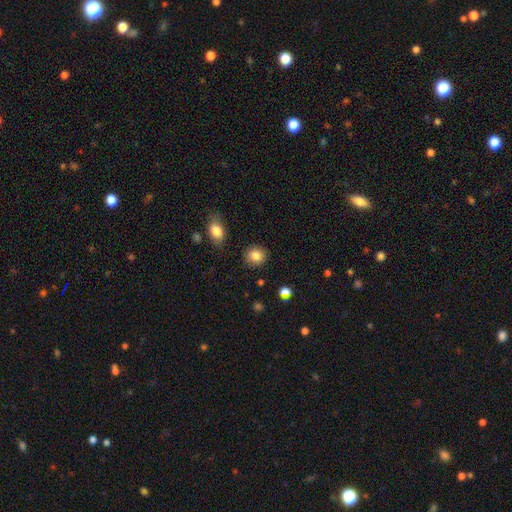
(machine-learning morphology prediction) smooth-or-featured: smooth: 85% | star or artifact: 9% | featured or disk: 6%
  how-rounded: round: 83% | in between: 16% | cigar-shaped: 1%
  merging: none: 89% | minor disturbance: 7% | major disturbance: 2% | merger: 2%